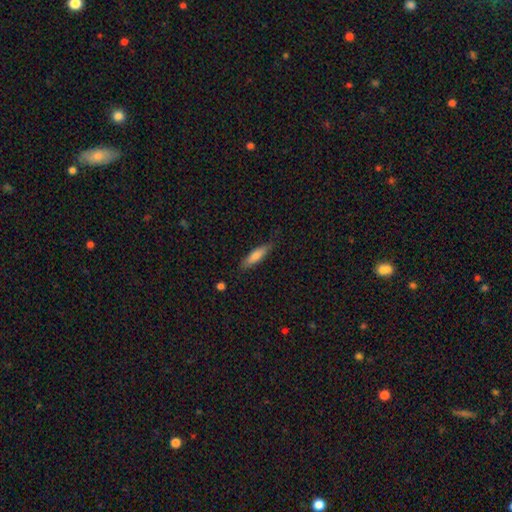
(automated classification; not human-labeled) A smooth galaxy with no disk features (75%) that is cigar-shaped (68%).

Vote fractions:
- Smooth or featured? smooth: 75% / featured or disk: 19% / star or artifact: 6%
- How rounded? cigar-shaped: 68% / in between: 30% / round: 2%
- Merging? none: 82% / minor disturbance: 14% / major disturbance: 3% / merger: 1%